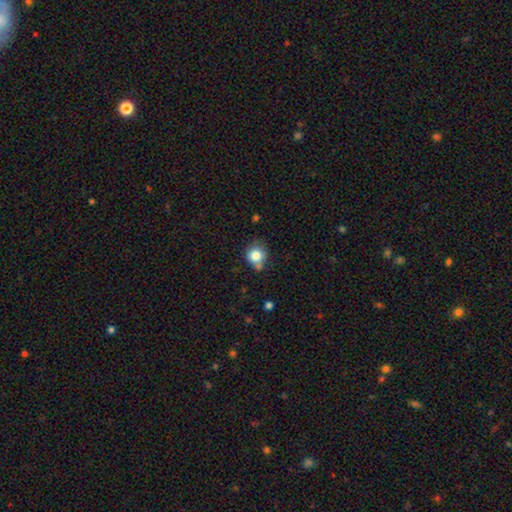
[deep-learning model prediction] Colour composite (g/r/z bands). It shows a smooth galaxy with no disk features (80%) that is round (82%). Merging: none (56%).